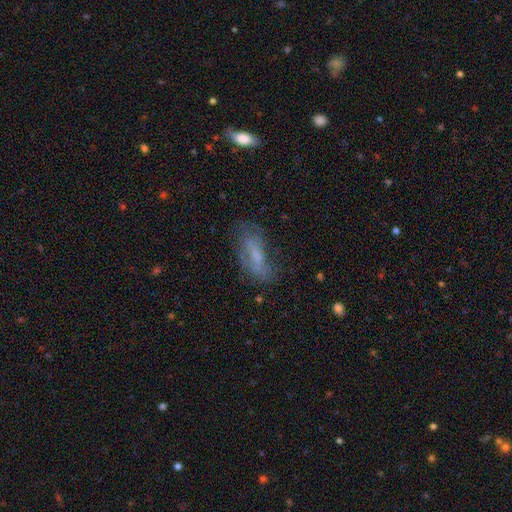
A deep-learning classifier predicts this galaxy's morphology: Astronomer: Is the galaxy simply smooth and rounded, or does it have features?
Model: smooth — 47% (runner-up: featured or disk, 42%).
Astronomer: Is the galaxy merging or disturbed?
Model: none — 57%.